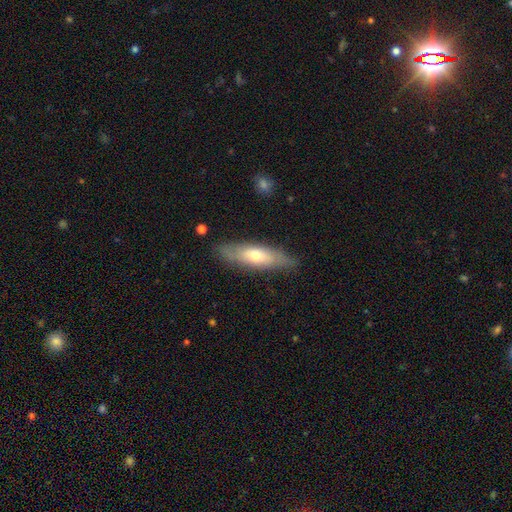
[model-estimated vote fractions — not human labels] This appears to be a smooth galaxy with no disk features (54%) that is cigar-shaped (53%). Merging: none (81%).